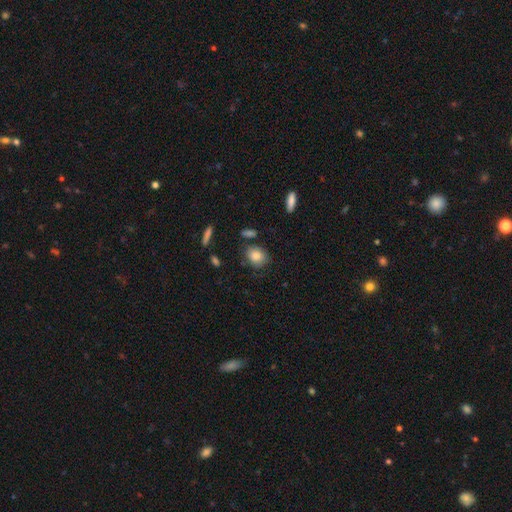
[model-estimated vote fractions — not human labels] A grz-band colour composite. It shows a smooth galaxy with no disk features (83%) that is round (51%). Merging: none (72%).